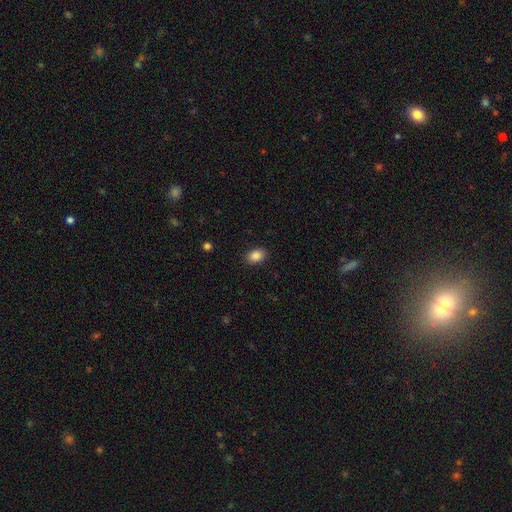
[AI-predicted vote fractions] Overall: smooth (87%). How rounded: in between (81%). Merging: none (89%).